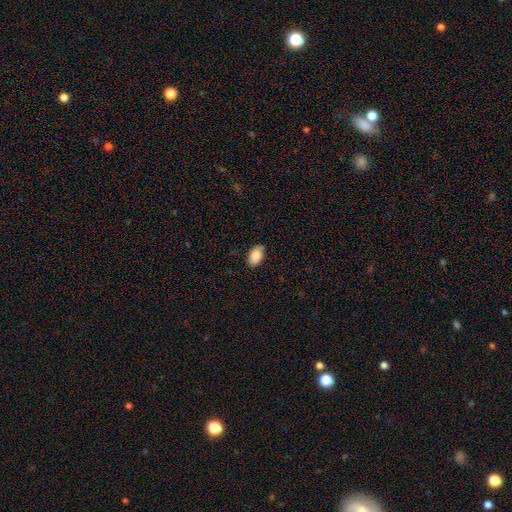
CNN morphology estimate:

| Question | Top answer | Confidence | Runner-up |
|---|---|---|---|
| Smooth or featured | smooth | 88% | star or artifact (7%) |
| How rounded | in between | 90% | round (9%) |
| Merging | none | 78% | minor disturbance (17%) |